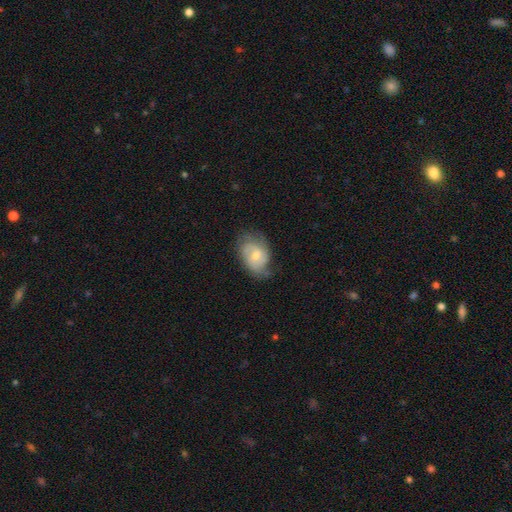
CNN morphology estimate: A featured or disk galaxy (65%) with no bar (52%), 2 (51%) medium (44%) spiral arms (88%) and a moderate central bulge (54%). Merging: none (58%).